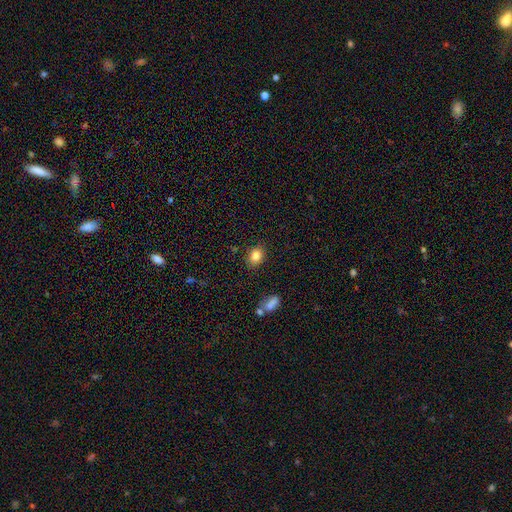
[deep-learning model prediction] Smooth or featured: smooth — 83% (star or artifact — 10%)
How rounded: in between — 52% (round — 47%)
Merging: none — 85% (minor disturbance — 10%)